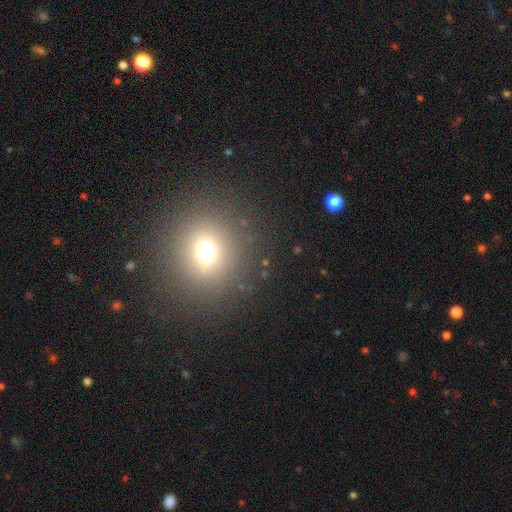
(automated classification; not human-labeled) A smooth galaxy with no disk features (62%) that is round (87%). Merging: none (91%).